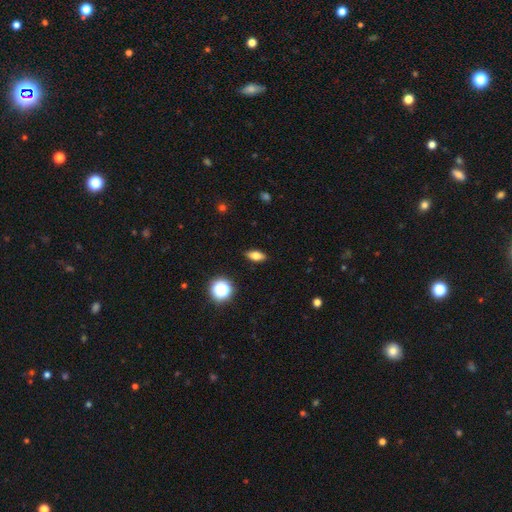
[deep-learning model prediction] This appears to be a smooth galaxy with no disk features (71%) that is in between round and cigar-shaped (77%). Merging: none (89%).